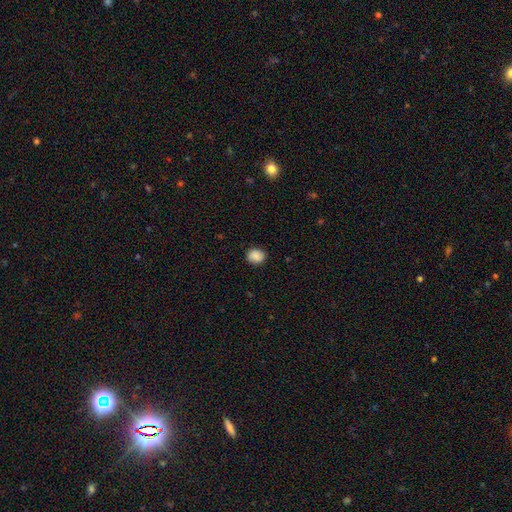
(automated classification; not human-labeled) Smooth or featured? smooth (88%)
How rounded? round (63%)
Merging? none (86%)